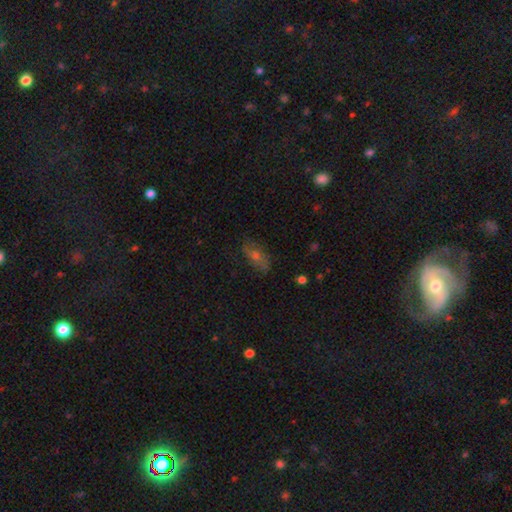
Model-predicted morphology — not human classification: A smooth galaxy with no disk features (48%).

Vote fractions:
- Smooth or featured? smooth: 48% / featured or disk: 34% / star or artifact: 17%
- Merging? none: 75% / minor disturbance: 17% / major disturbance: 6% / merger: 2%